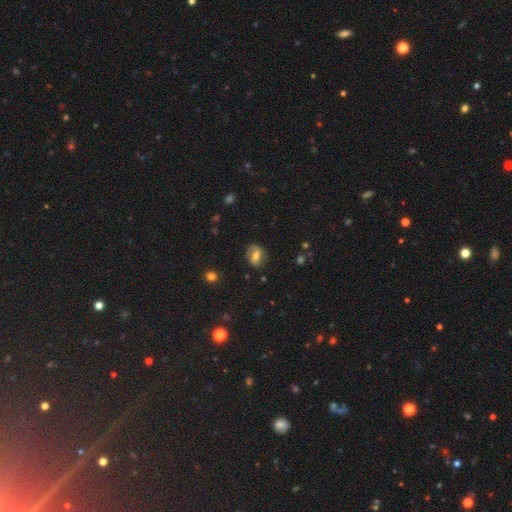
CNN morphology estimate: A featured or disk galaxy (47%). Merging: none (73%).